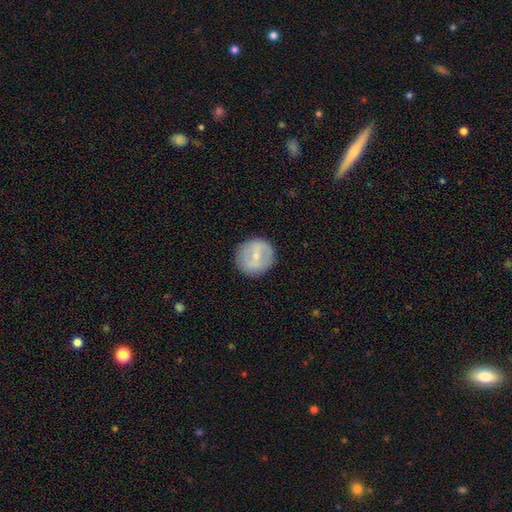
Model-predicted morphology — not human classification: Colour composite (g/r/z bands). It shows a smooth galaxy with no disk features (53%) that is round (90%). Merging: none (87%).